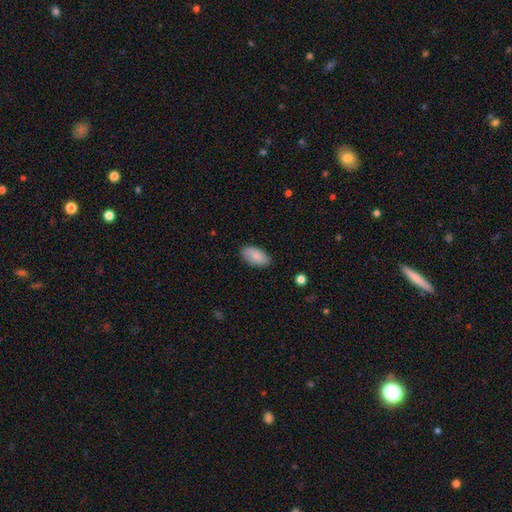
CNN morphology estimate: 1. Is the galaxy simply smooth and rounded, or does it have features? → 82% smooth, 12% featured or disk, 6% star or artifact.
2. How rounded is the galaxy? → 94% in between, 3% round, 3% cigar-shaped.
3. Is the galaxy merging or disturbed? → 84% none, 13% minor disturbance, 3% major disturbance, 1% merger.